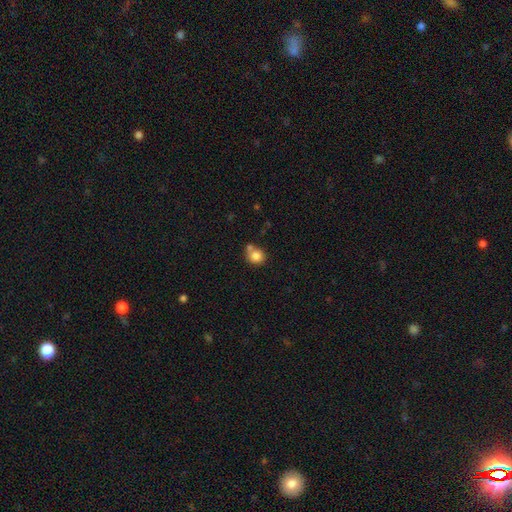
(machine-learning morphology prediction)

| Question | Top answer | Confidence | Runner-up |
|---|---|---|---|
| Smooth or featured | smooth | 81% | star or artifact (10%) |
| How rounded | round | 84% | in between (15%) |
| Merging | none | 54% | merger (31%) |